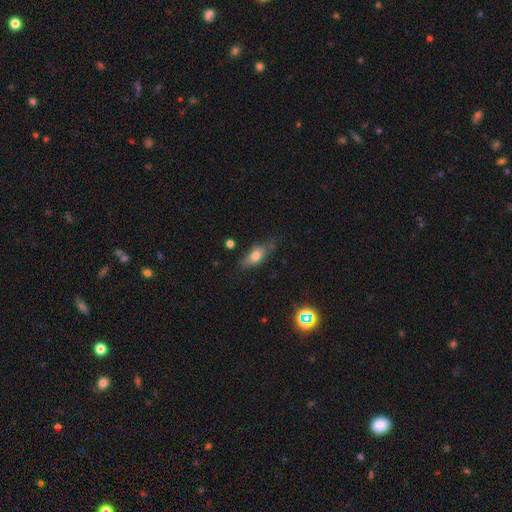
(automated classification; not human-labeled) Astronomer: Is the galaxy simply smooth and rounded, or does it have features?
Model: smooth — 68%.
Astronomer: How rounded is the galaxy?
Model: in between — 72%.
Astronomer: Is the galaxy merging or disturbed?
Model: none — 64%.